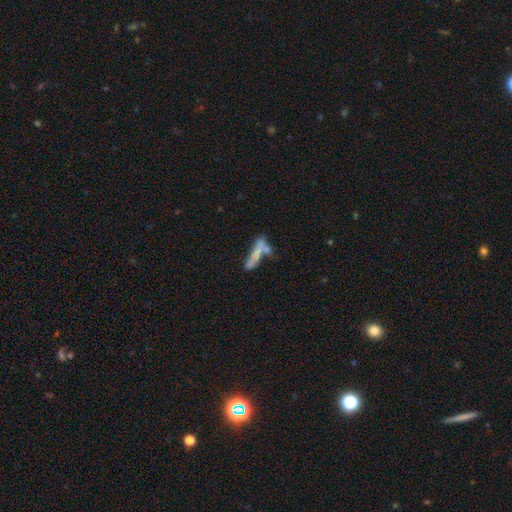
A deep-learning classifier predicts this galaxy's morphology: smooth_or_featured: smooth (p=0.55) [alt: featured or disk p=0.33]
how_rounded: cigar-shaped (p=0.82) [alt: in between p=0.15]
merging: merger (p=0.37) [tied with: none p=0.37]